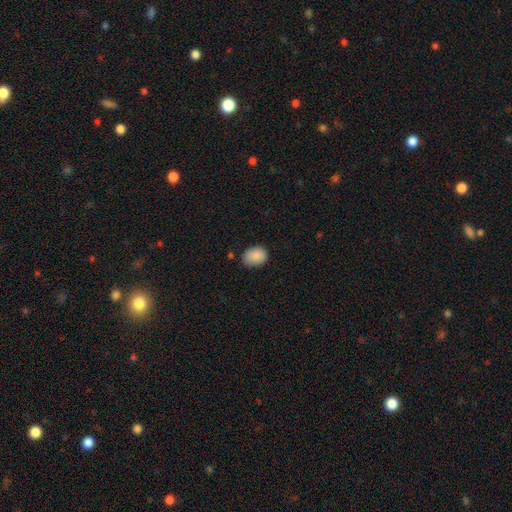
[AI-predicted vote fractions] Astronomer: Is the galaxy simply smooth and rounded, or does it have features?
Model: smooth — 88%.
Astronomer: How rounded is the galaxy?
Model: in between — 66%.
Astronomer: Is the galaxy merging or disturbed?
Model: none — 72%.